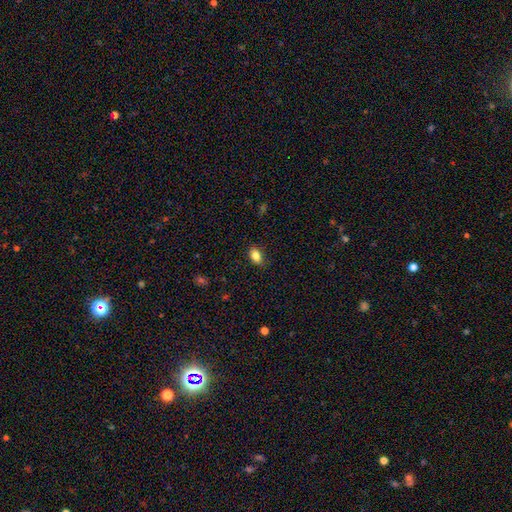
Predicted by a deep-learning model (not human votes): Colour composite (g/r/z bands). It shows a smooth galaxy with no disk features (84%) that is in between round and cigar-shaped (84%). Merging: none (83%).